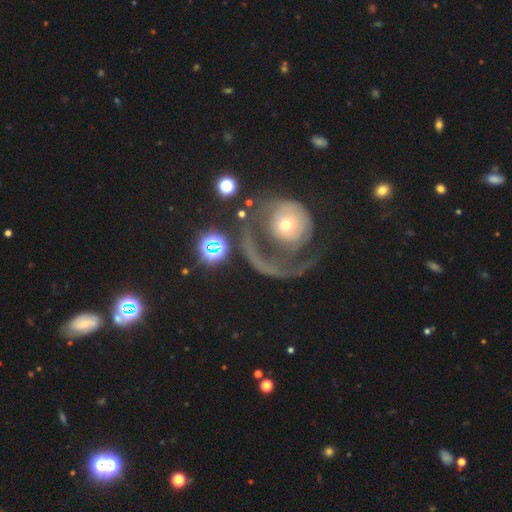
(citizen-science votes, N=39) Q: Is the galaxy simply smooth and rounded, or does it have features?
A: featured or disk — 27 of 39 (69%).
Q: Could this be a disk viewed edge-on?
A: no — 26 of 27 (96%).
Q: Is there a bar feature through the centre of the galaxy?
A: no — 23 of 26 (88%).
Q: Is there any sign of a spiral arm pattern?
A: yes — 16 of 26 (62%).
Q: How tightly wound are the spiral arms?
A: tight — 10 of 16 (62%).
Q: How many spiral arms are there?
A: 1 — 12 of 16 (75%).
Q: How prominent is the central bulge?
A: moderate — 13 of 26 (50%, tied with small).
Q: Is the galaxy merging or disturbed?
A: major disturbance — 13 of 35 (37%).